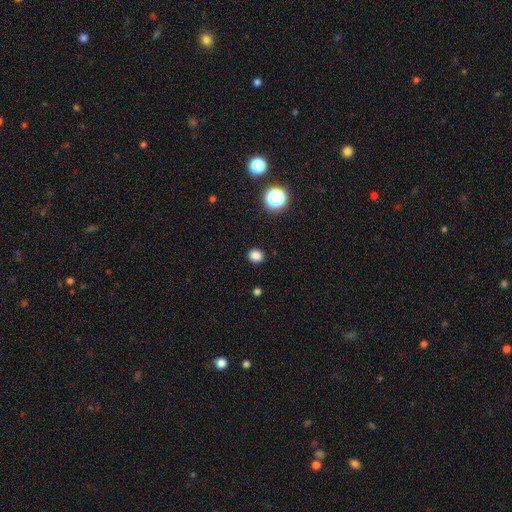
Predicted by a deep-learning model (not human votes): Smooth or featured?
  - smooth: 82% *
  - star or artifact: 14%
  - featured or disk: 4%
How rounded?
  - round: 81% *
  - in between: 18%
  - cigar-shaped: 1%
Merging?
  - none: 90% *
  - minor disturbance: 7%
  - major disturbance: 2%
  - merger: 1%